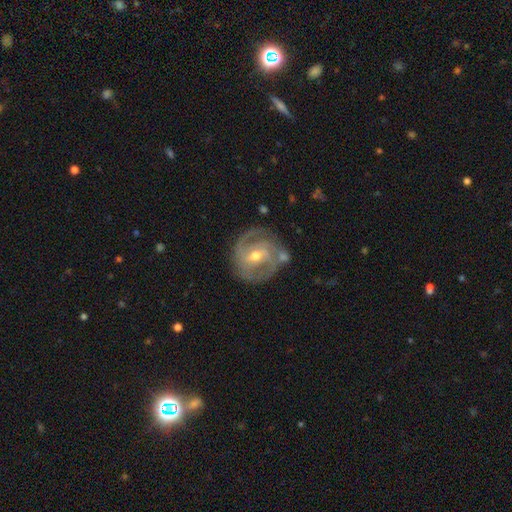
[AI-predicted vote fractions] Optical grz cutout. It shows a featured or disk galaxy (84%) with a weak bar (49%), 2 (52%) tight (52%) spiral arms (92%) and a moderate central bulge (63%). Merging: none (69%).